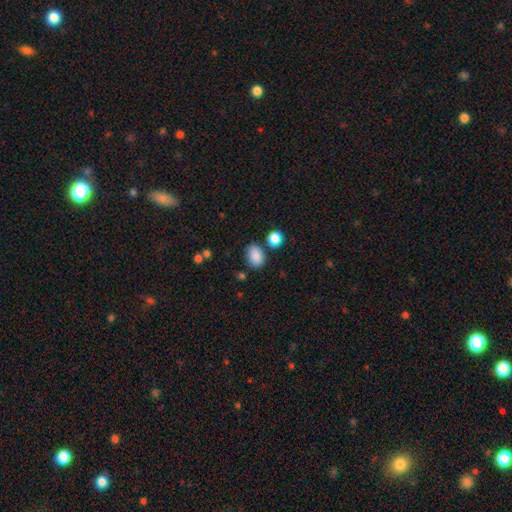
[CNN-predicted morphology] The model was most divided on "merging": none: 74%, minor disturbance: 14%, merger: 8%, major disturbance: 4%. More confident: smooth or featured — smooth (87%); how rounded — in between (80%).